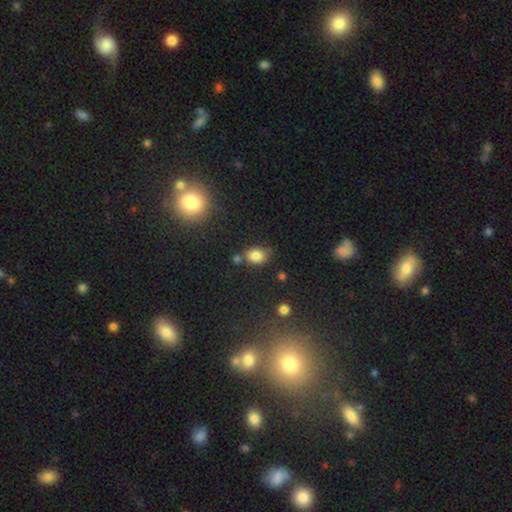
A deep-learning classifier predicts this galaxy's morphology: Smooth or featured? Predicted: smooth (p=0.81). How rounded? Predicted: in between (p=0.69). Merging? Predicted: none (p=0.63).